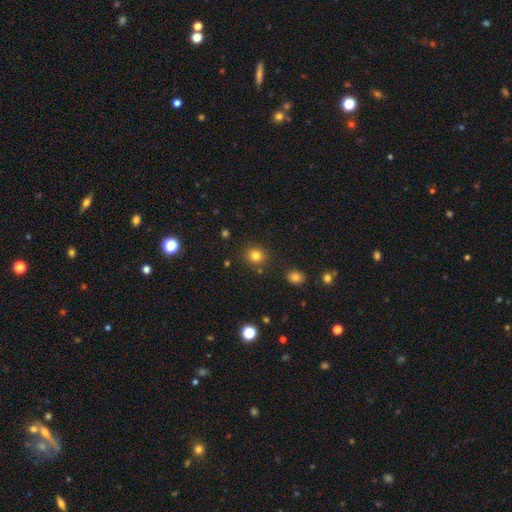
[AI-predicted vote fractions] The model was most divided on "how rounded": round: 83%, in between: 17%, cigar-shaped: 1%. More confident: merging — none (87%); smooth or featured — smooth (81%).